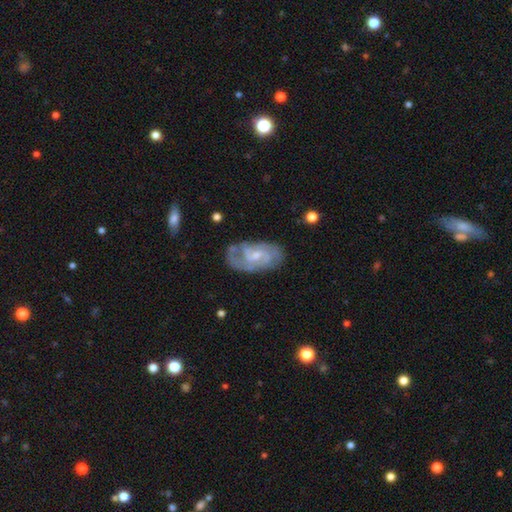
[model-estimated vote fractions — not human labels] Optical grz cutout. It shows a featured or disk galaxy (82%) with a weak bar (50%), 2 (52%) tight (46%) spiral arms (94%) and a small central bulge (56%). Merging: none (69%).